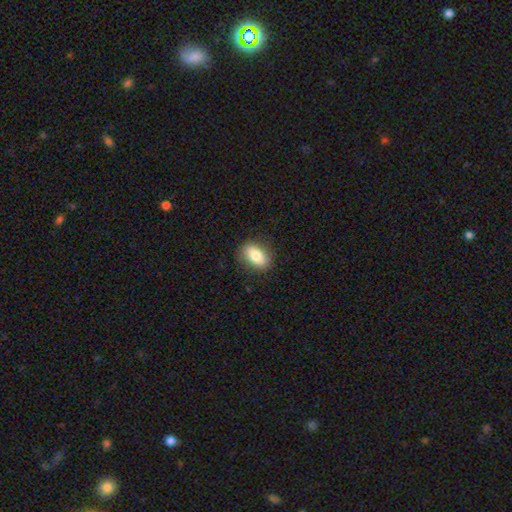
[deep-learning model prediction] This appears to be a smooth galaxy with no disk features (77%) that is in between round and cigar-shaped (82%). Merging: none (84%).